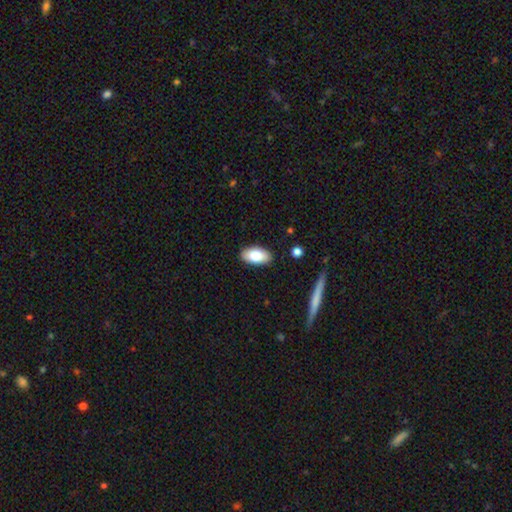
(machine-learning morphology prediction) A smooth galaxy with no disk features (80%) that is in between round and cigar-shaped (94%).

Vote fractions:
- Smooth or featured? smooth: 80% / featured or disk: 13% / star or artifact: 7%
- How rounded? in between: 94% / cigar-shaped: 4% / round: 3%
- Merging? none: 88% / minor disturbance: 9% / major disturbance: 2% / merger: 1%